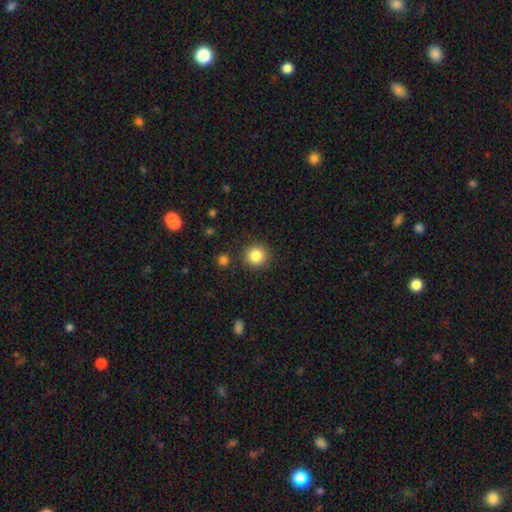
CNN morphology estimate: A smooth galaxy with no disk features (85%) that is round (93%).

Vote fractions:
- Smooth or featured? smooth: 85% / star or artifact: 10% / featured or disk: 5%
- How rounded? round: 93% / in between: 6% / cigar-shaped: 1%
- Merging? none: 88% / minor disturbance: 7% / merger: 3% / major disturbance: 3%